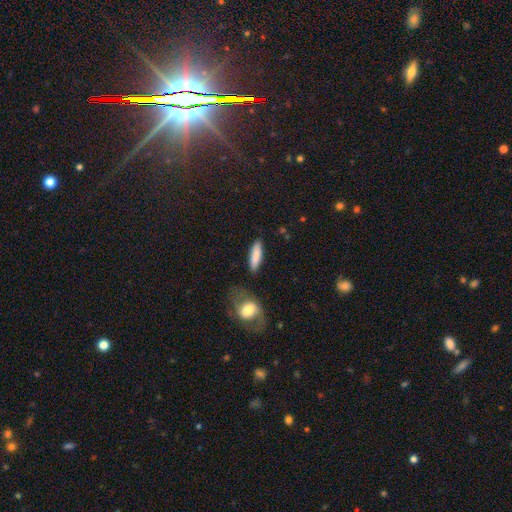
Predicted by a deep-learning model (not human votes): A smooth galaxy with no disk features (83%) that is cigar-shaped (68%). Merging: none (81%).